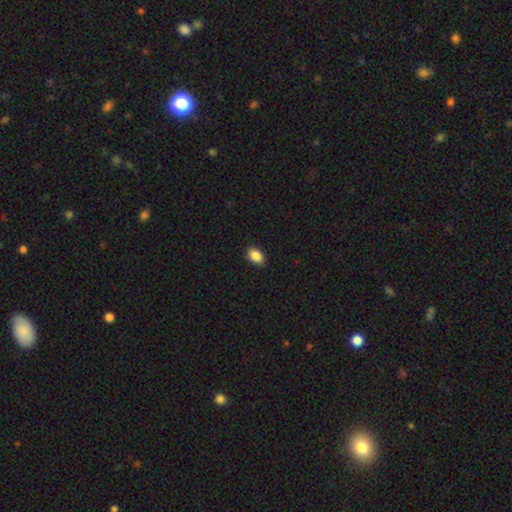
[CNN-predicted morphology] Smooth or featured? Predicted: smooth (p=0.89). How rounded? Predicted: in between (p=0.89). Merging? Predicted: none (p=0.89).